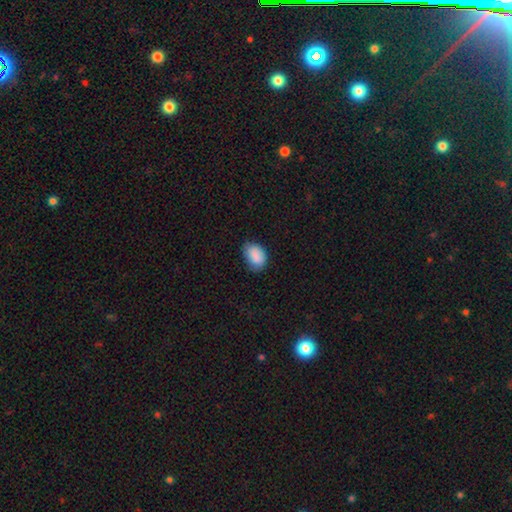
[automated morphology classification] Smooth or featured: smooth — 88% (star or artifact — 7%)
How rounded: in between — 81% (round — 17%)
Merging: none — 66% (minor disturbance — 28%)